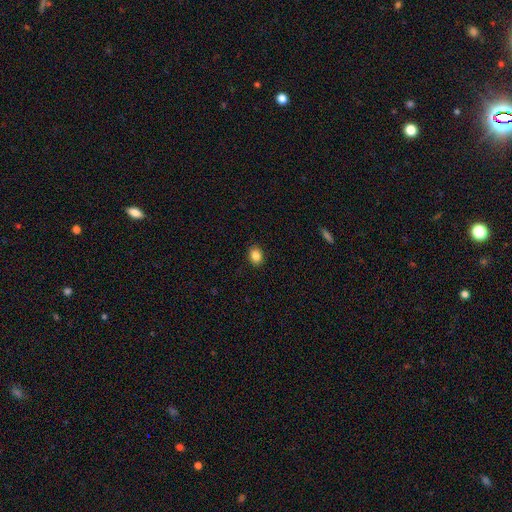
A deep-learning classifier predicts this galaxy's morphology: smooth-or-featured: smooth: 86% | star or artifact: 10% | featured or disk: 4%
  how-rounded: in between: 58% | round: 41% | cigar-shaped: 1%
  merging: none: 89% | minor disturbance: 8% | major disturbance: 2% | merger: 1%